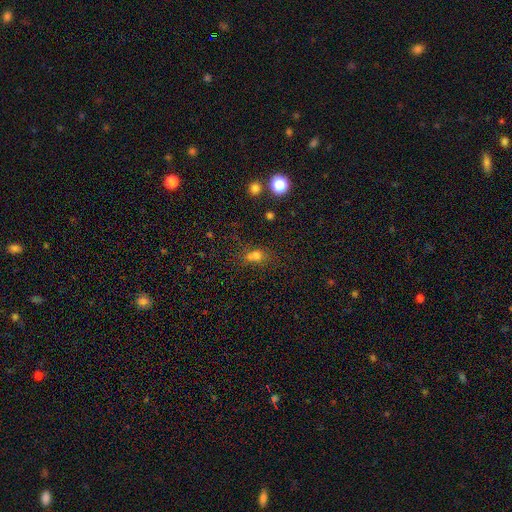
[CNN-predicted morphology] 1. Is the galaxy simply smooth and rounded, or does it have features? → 69% smooth, 19% star or artifact, 12% featured or disk.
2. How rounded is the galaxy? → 69% round, 29% in between, 2% cigar-shaped.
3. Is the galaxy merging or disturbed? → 43% merger, 41% none, 10% minor disturbance, 6% major disturbance.